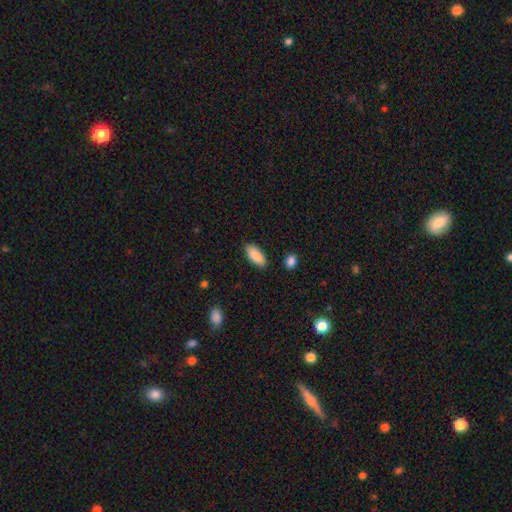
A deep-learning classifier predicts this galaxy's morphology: Smooth or featured: smooth — 89% (star or artifact — 6%)
How rounded: in between — 86% (cigar-shaped — 12%)
Merging: none — 86% (minor disturbance — 10%)